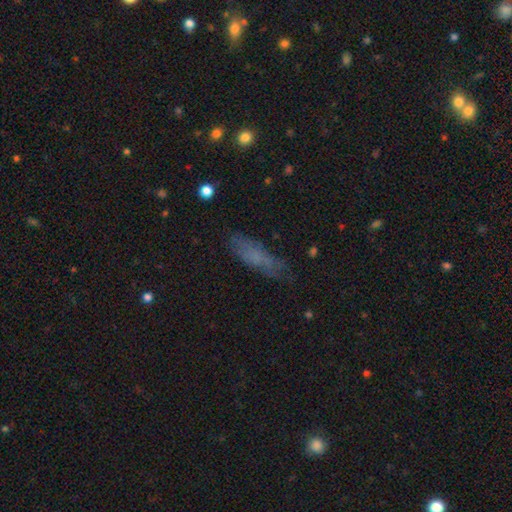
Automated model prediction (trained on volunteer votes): A smooth galaxy with no disk features (63%) that is cigar-shaped (57%). Merging: none (68%).